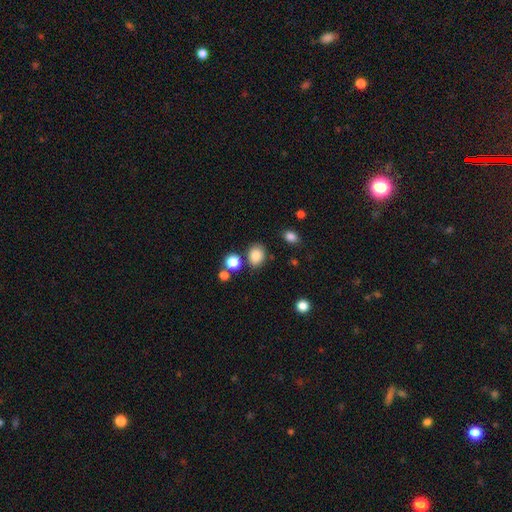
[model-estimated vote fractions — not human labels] A smooth galaxy with no disk features (84%) that is in between round and cigar-shaped (54%).

Vote fractions:
- Smooth or featured? smooth: 84% / star or artifact: 11% / featured or disk: 5%
- How rounded? in between: 54% / round: 45% / cigar-shaped: 1%
- Merging? none: 75% / minor disturbance: 13% / merger: 8% / major disturbance: 4%